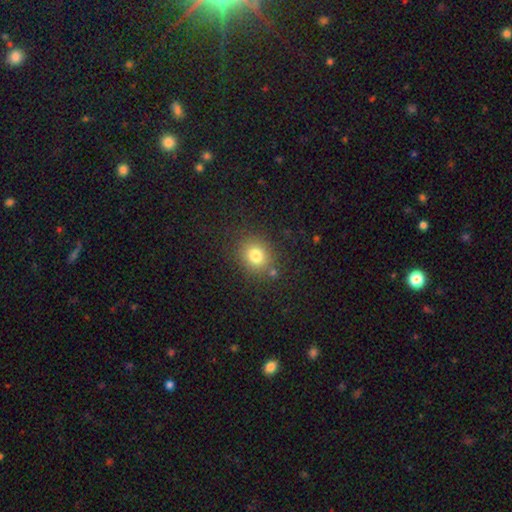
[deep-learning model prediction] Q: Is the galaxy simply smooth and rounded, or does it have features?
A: smooth — 79%.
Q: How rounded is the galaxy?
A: round — 68%.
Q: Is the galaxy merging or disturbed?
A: none — 82%.